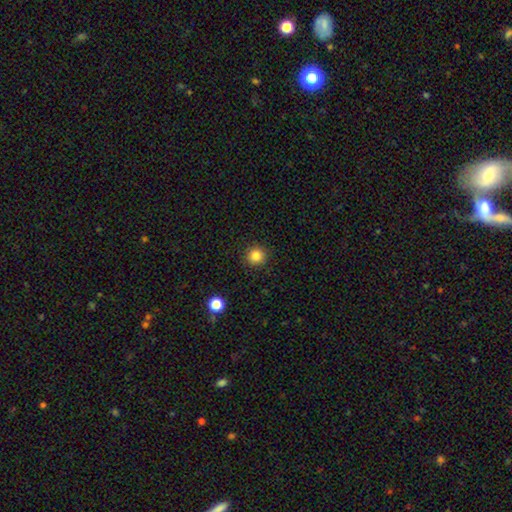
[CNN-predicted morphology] This appears to be a smooth galaxy with no disk features (84%) that is round (94%). Merging: none (92%).